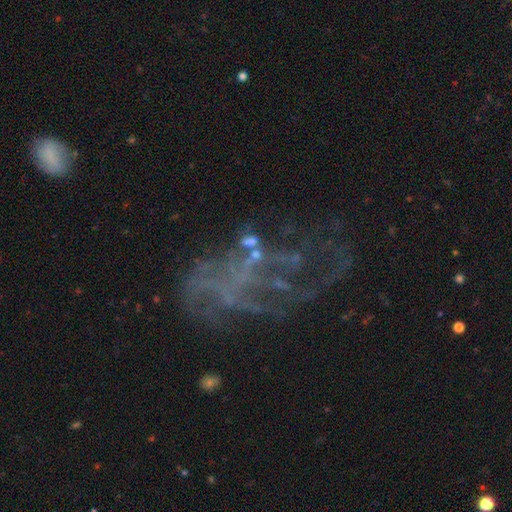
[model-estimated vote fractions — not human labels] Smooth or featured: featured or disk — 42% (star or artifact — 37%)
Merging: none — 41% (major disturbance — 26%)